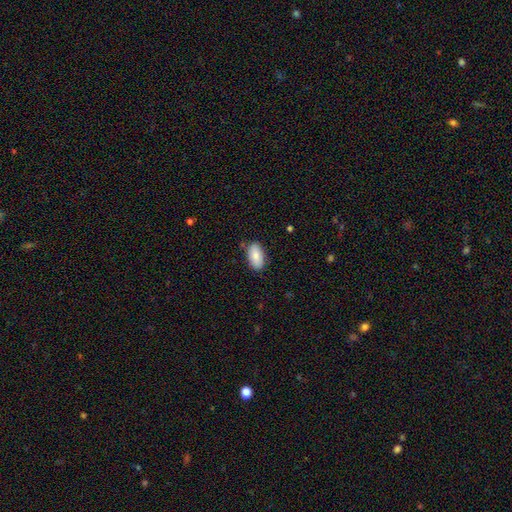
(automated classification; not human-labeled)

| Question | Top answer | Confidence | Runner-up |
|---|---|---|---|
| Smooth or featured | smooth | 84% | featured or disk (10%) |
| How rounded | in between | 94% | cigar-shaped (3%) |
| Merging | none | 83% | minor disturbance (13%) |